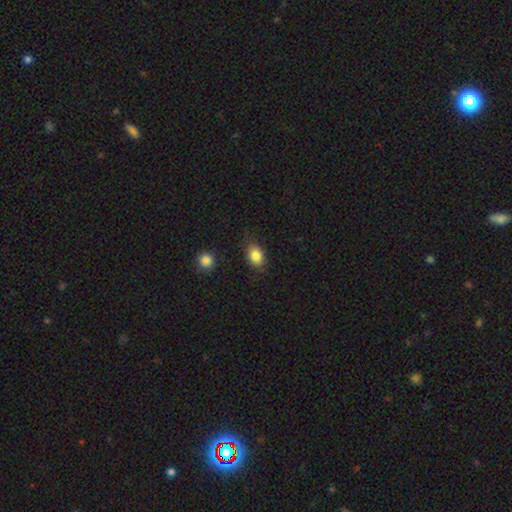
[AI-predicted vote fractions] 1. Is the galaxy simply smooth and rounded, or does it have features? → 85% smooth, 8% star or artifact, 7% featured or disk.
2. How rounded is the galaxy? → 76% in between, 22% round, 1% cigar-shaped.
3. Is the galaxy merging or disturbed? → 79% none, 15% minor disturbance, 4% major disturbance, 2% merger.